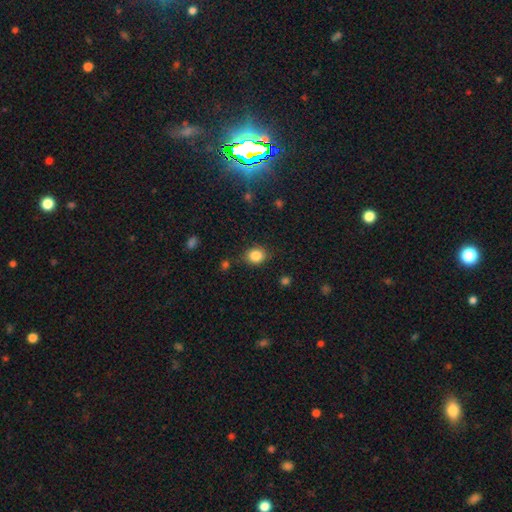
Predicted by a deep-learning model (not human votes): A smooth galaxy with no disk features (85%) that is round (67%). Merging: none (81%).